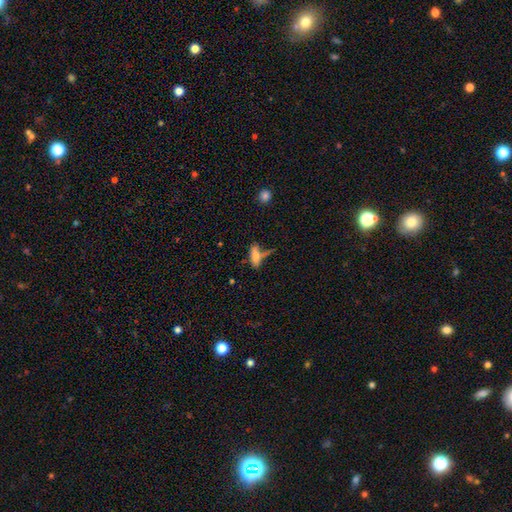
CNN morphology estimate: Smooth or featured: smooth — 69% (featured or disk — 20%)
How rounded: in between — 60% (cigar-shaped — 37%)
Merging: none — 44% (merger — 23%)